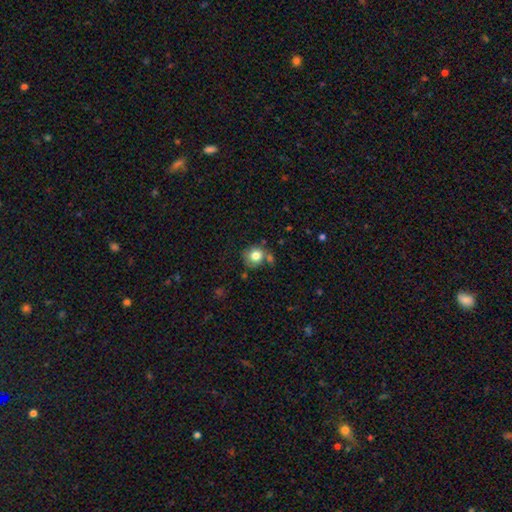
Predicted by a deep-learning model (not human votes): Overall: smooth (80%). How rounded: round (84%). Merging: none (63%).